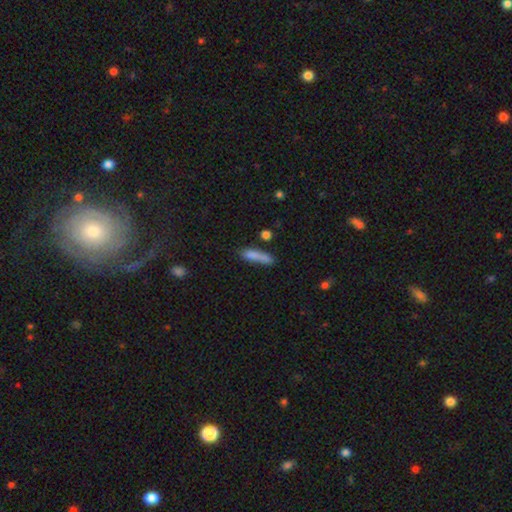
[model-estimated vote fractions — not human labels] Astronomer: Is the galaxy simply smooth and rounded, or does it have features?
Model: smooth — 80%.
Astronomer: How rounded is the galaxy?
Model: cigar-shaped — 80%.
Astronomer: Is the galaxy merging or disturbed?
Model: none — 61%.